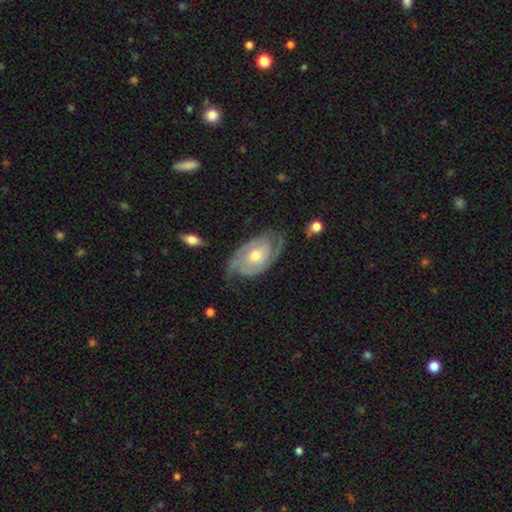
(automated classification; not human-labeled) Smooth or featured? Predicted: featured or disk (p=0.87). Edge-on disk? Predicted: no (p=0.96). Bar? Predicted: no (p=0.70). Spiral arms? Predicted: yes (p=0.96). Spiral winding? Predicted: tight (p=0.56). Spiral arm count? Predicted: 2 (p=0.77). Bulge size? Predicted: moderate (p=0.69). Merging? Predicted: none (p=0.69).